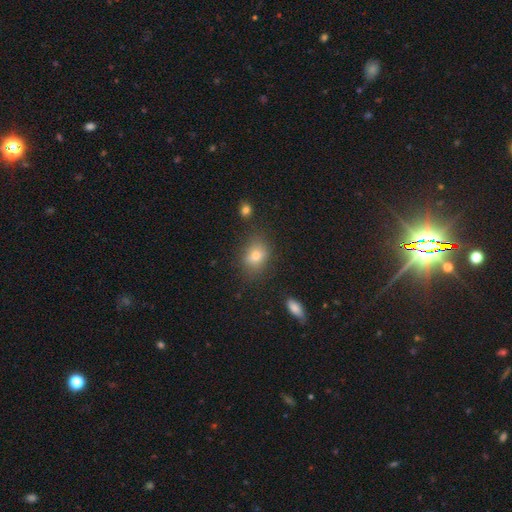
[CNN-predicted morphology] smooth-or-featured: smooth: 74% | star or artifact: 13% | featured or disk: 13%
  how-rounded: in between: 57% | round: 42% | cigar-shaped: 2%
  merging: none: 75% | minor disturbance: 17% | major disturbance: 5% | merger: 4%